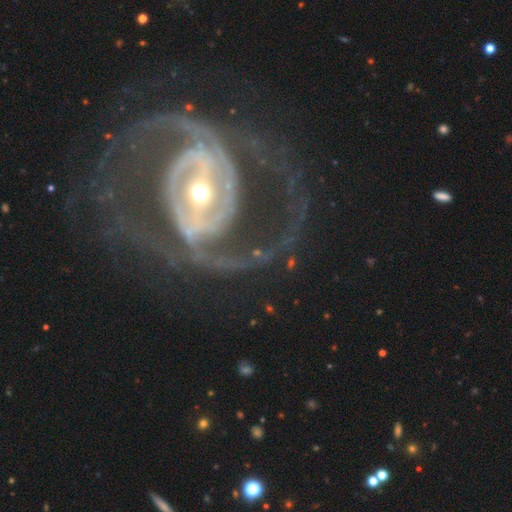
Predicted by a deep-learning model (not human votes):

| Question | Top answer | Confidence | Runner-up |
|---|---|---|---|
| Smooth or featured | featured or disk | 90% | star or artifact (5%) |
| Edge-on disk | no | 97% | yes (3%) |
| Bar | strong | 60% | weak (27%) |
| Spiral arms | yes | 93% | no (7%) |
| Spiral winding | medium | 50% | tight (29%) |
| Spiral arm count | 2 | 75% | can't tell (8%) |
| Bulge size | moderate | 55% | small (36%) |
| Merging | none | 63% | major disturbance (22%) |